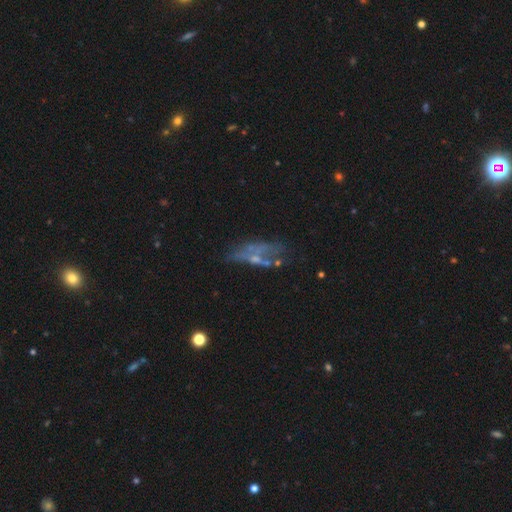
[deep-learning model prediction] The model was most divided on "merging": none: 38%, major disturbance: 27%, minor disturbance: 20%, merger: 15%. More confident: edge-on disk — no (85%); smooth or featured — featured or disk (54%).